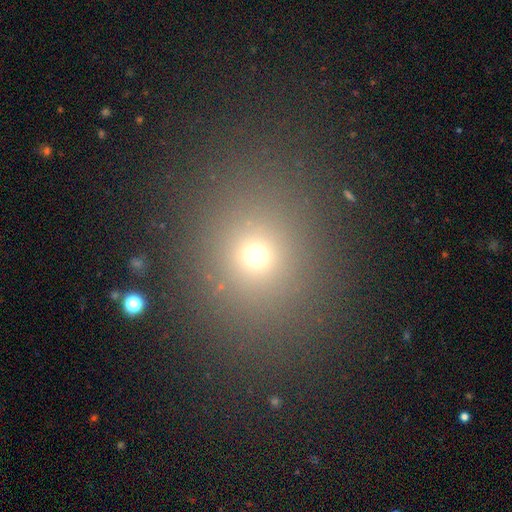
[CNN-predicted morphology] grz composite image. It shows a smooth galaxy with no disk features (67%) that is round (72%). Merging: none (85%).